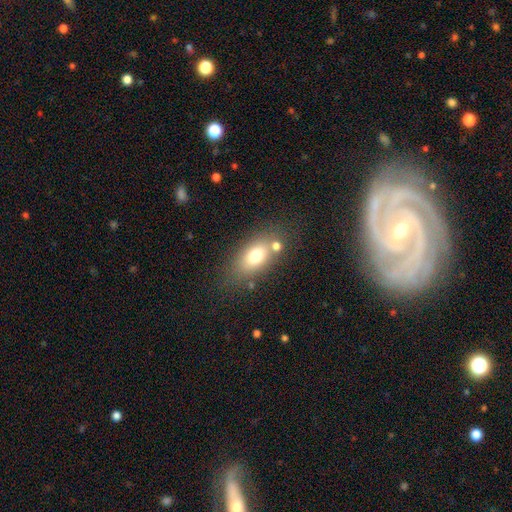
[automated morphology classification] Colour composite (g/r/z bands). It shows a smooth galaxy with no disk features (71%) that is in between round and cigar-shaped (81%). Merging: none (63%).